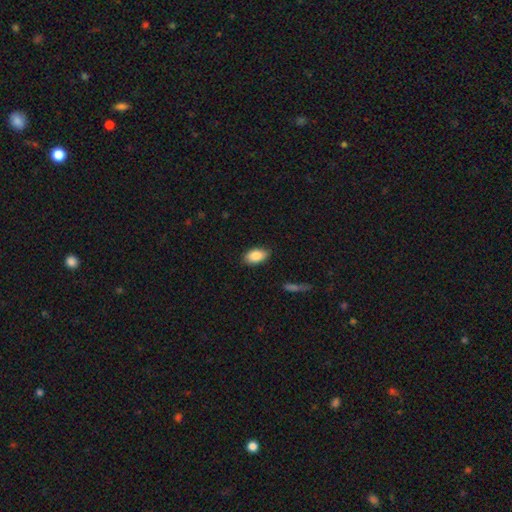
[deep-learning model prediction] Smooth or featured? smooth (87%)
How rounded? in between (92%)
Merging? none (83%)